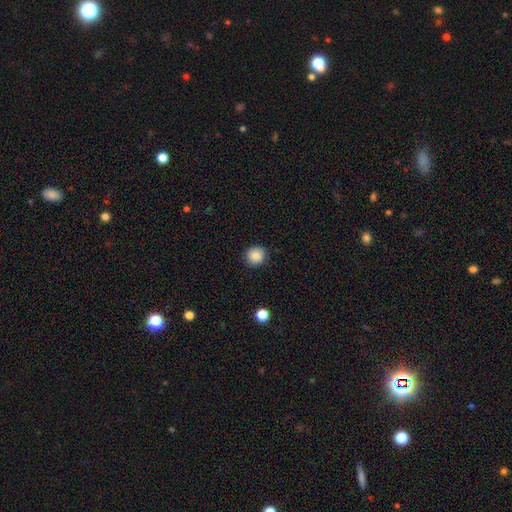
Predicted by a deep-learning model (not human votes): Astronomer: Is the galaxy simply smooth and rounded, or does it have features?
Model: smooth — 87%.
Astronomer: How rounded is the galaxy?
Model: round — 89%.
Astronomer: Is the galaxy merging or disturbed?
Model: none — 88%.